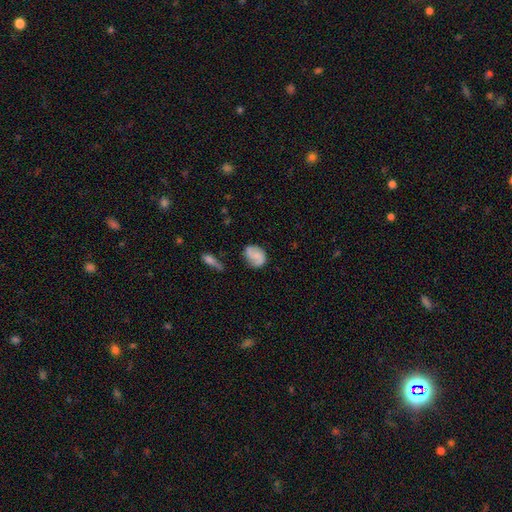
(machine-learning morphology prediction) The model was most divided on "how rounded": in between: 63%, round: 36%, cigar-shaped: 2%. More confident: merging — none (64%); smooth or featured — smooth (61%).